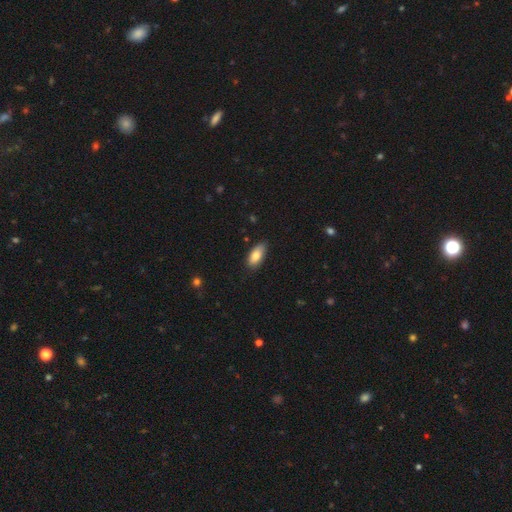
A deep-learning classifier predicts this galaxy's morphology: The model was most divided on "merging": none: 81%, minor disturbance: 16%, major disturbance: 2%, merger: 1%. More confident: how rounded — in between (88%); smooth or featured — smooth (83%).